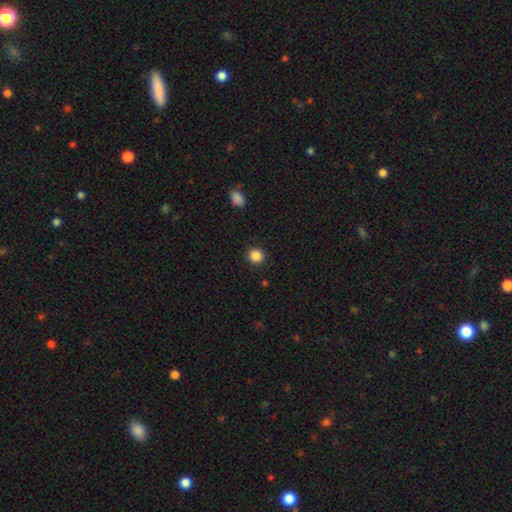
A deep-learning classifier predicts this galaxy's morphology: A smooth galaxy with no disk features (86%) that is round (93%). Merging: none (92%).